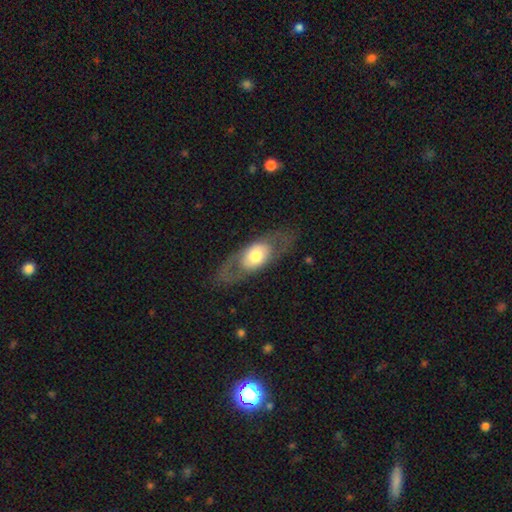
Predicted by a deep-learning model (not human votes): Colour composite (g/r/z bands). It shows a featured or disk galaxy (53%). Merging: none (74%).